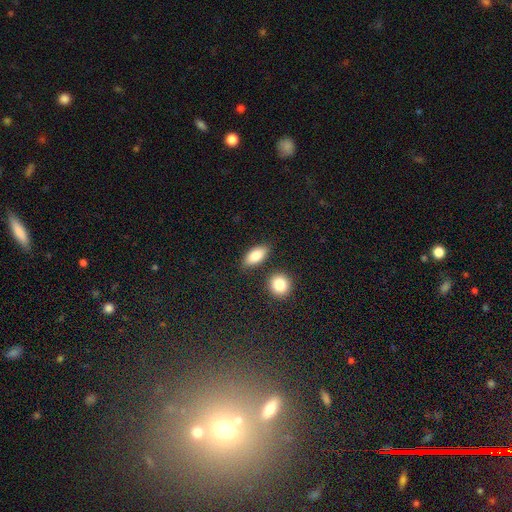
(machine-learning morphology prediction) A smooth galaxy with no disk features (84%) that is in between round and cigar-shaped (85%).

Vote fractions:
- Smooth or featured? smooth: 84% / featured or disk: 9% / star or artifact: 7%
- How rounded? in between: 85% / cigar-shaped: 9% / round: 6%
- Merging? none: 82% / minor disturbance: 10% / merger: 6% / major disturbance: 3%